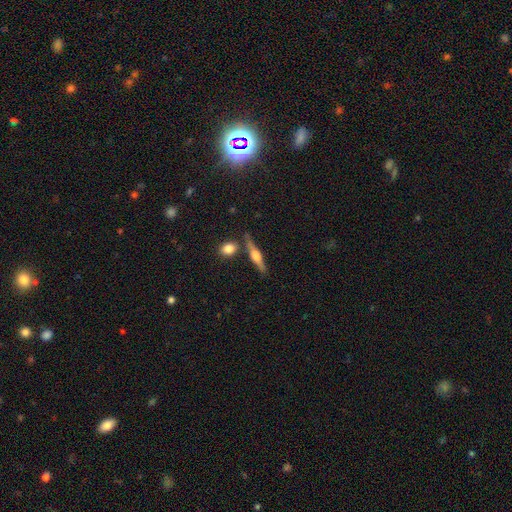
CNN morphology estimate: type=featured or disk (68%); edge-on=yes (96%); edge-on bulge=rounded (89%); merging=none (77%).